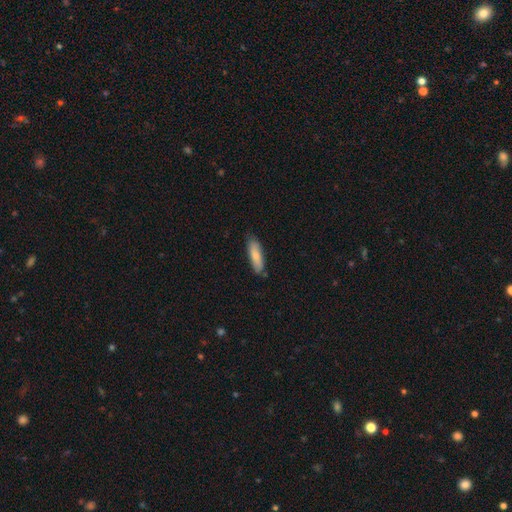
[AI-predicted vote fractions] Smooth or featured?
  - smooth: 79% *
  - featured or disk: 15%
  - star or artifact: 6%
How rounded?
  - cigar-shaped: 57% *
  - in between: 41%
  - round: 2%
Merging?
  - none: 80% *
  - minor disturbance: 16%
  - major disturbance: 2%
  - merger: 2%